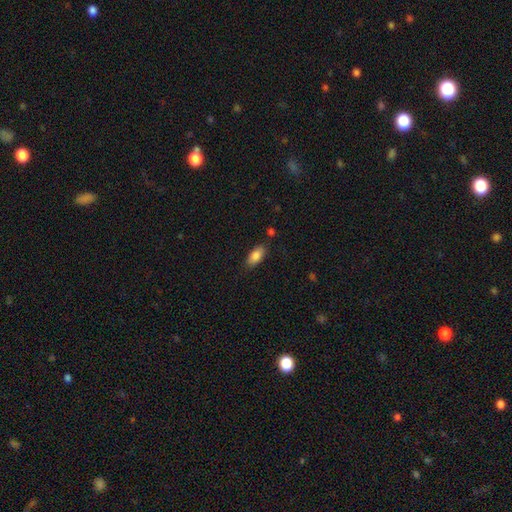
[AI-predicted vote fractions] Overall: smooth (84%). How rounded: in between (88%). Merging: none (80%).